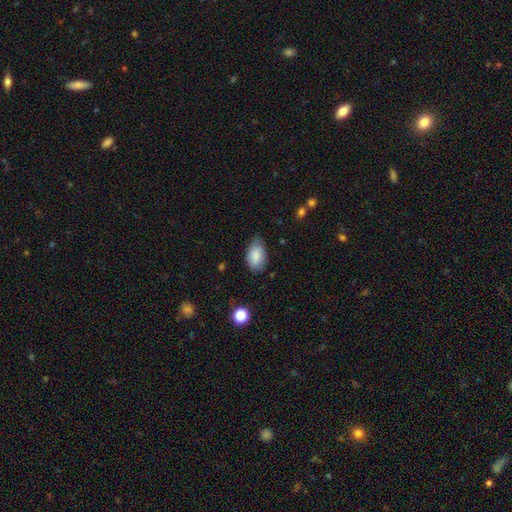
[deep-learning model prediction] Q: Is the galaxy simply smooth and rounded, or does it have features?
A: smooth — 81%.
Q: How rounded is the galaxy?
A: in between — 91%.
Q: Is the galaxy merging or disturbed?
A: none — 61%.